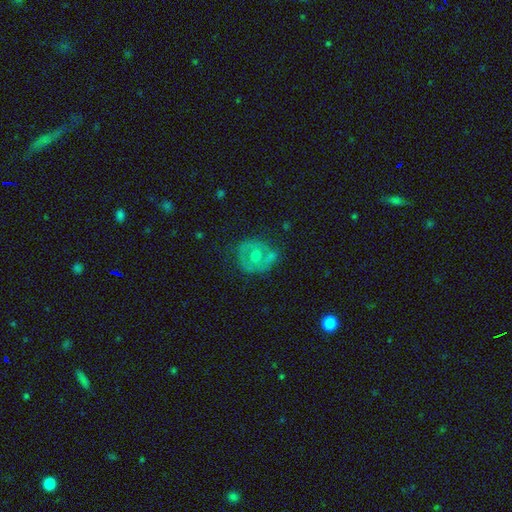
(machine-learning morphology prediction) featured or disk 54%, smooth 37%, star or artifact 9%. Down the decision tree: edge-on disk — no (96%); bar — no (75%); spiral arms — no (69%); bulge size — moderate (72%); merging — none (63%).